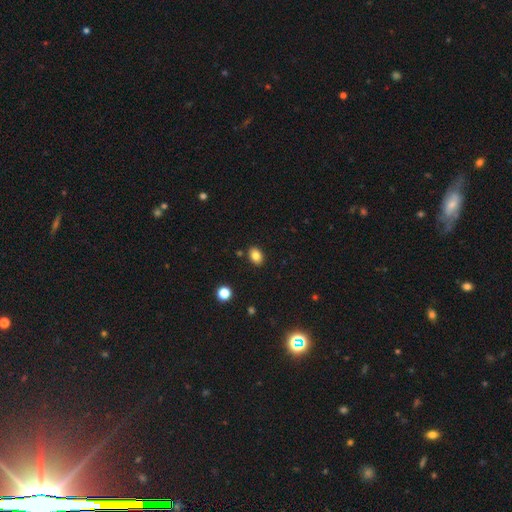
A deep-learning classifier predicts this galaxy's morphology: smooth_or_featured: smooth (p=0.82) [alt: star or artifact p=0.10]
how_rounded: in between (p=0.75) [alt: round p=0.23]
merging: none (p=0.87) [alt: minor disturbance p=0.09]